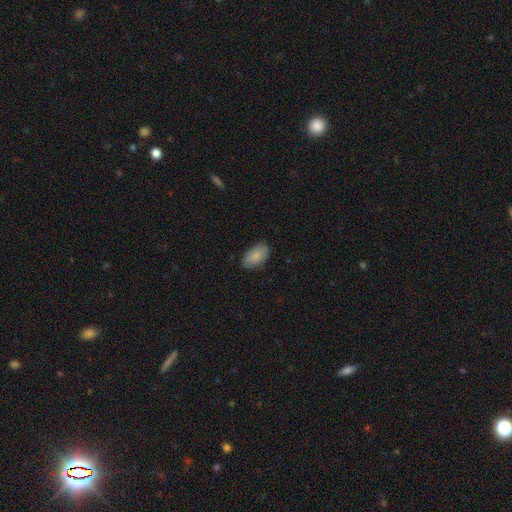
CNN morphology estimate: smooth 85%, featured or disk 9%, star or artifact 6%. Down the decision tree: how rounded — in between (94%); merging — none (85%).